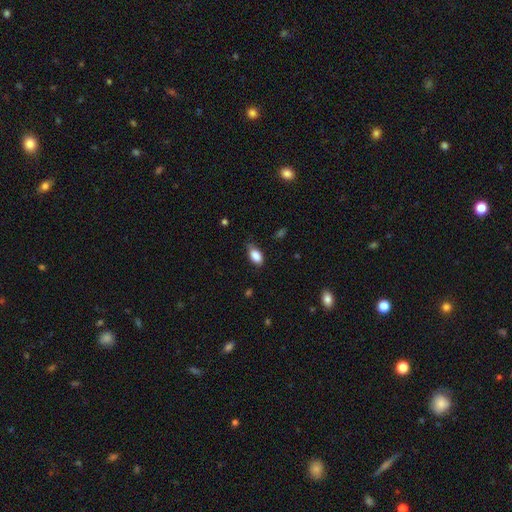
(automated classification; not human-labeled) Smooth or featured? Predicted: smooth (p=0.87). How rounded? Predicted: in between (p=0.91). Merging? Predicted: none (p=0.63).